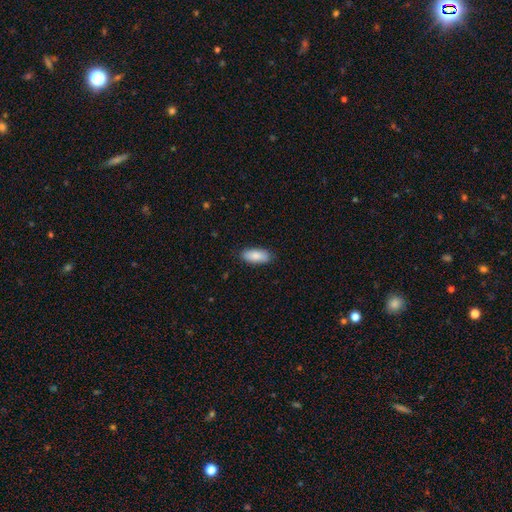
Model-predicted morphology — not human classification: Smooth or featured? Predicted: smooth (p=0.86). How rounded? Predicted: in between (p=0.88). Merging? Predicted: none (p=0.86).